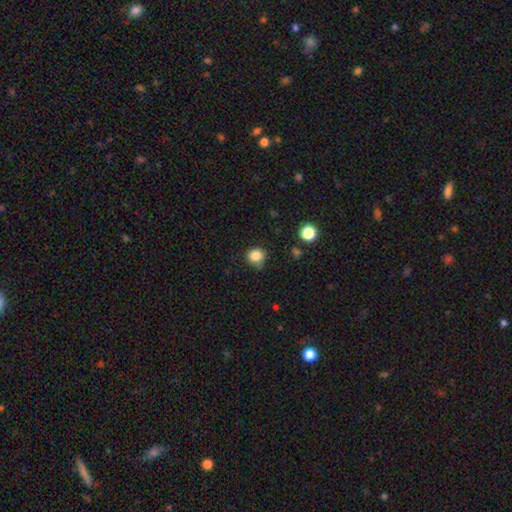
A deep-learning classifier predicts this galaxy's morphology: Smooth or featured?
  - smooth: 83% *
  - star or artifact: 12%
  - featured or disk: 5%
How rounded?
  - round: 86% *
  - in between: 13%
  - cigar-shaped: 1%
Merging?
  - none: 71% *
  - minor disturbance: 22%
  - major disturbance: 5%
  - merger: 3%